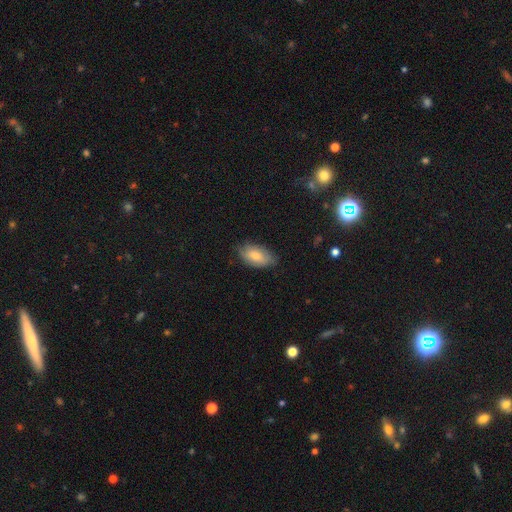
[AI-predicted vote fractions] This is likely a smooth galaxy (78%). How rounded: clearly in between (93%). Merging: likely none (73%).